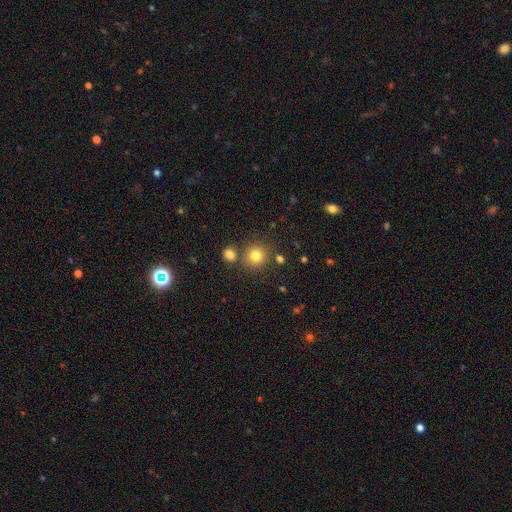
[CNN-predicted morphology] The model was most divided on "merging": none: 77%, merger: 12%, minor disturbance: 8%, major disturbance: 3%. More confident: how rounded — round (90%); smooth or featured — smooth (79%).